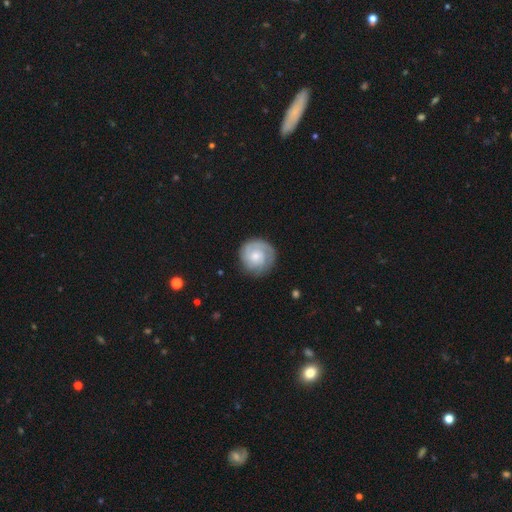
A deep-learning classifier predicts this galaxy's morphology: A featured or disk galaxy (62%) with no bar (76%), 2 (31%) tight (69%) spiral arms (90%) and a small central bulge (49%). Merging: none (81%).